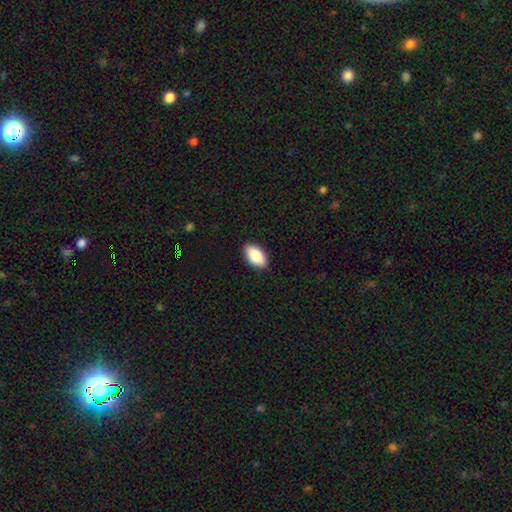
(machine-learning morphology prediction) Smooth or featured: smooth — 87% (featured or disk — 7%)
How rounded: in between — 94% (cigar-shaped — 3%)
Merging: none — 90% (minor disturbance — 8%)